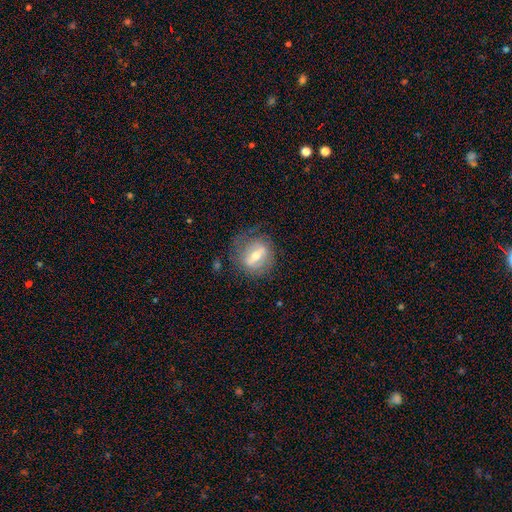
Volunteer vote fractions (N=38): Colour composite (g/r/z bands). It shows a featured or disk galaxy (71%) with a strong bar (72%), 1 (44%, tied with can't tell) tight (44%) spiral arms (50%, tied with no) and a moderate central bulge (61%). Merging: none (41%).